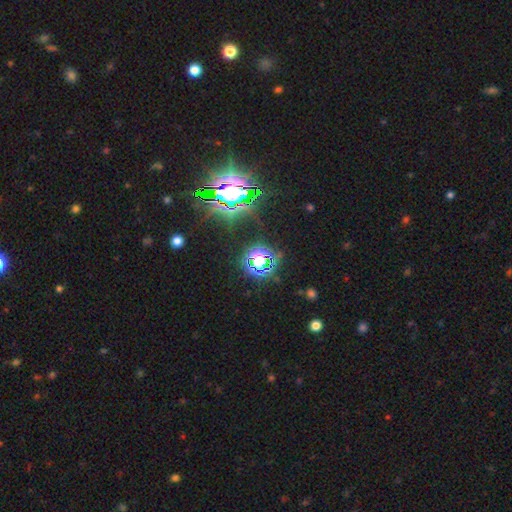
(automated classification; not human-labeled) The model was most divided on "smooth or featured": star or artifact: 78%, smooth: 14%, featured or disk: 9%.